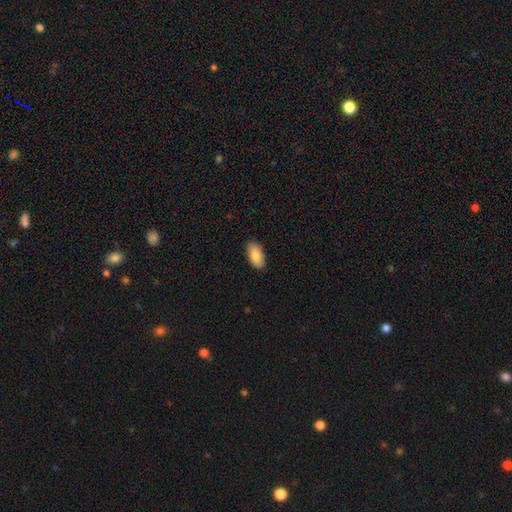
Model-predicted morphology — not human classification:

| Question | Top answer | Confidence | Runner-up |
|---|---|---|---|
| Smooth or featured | smooth | 84% | featured or disk (9%) |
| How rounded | in between | 94% | cigar-shaped (4%) |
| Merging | none | 88% | minor disturbance (9%) |